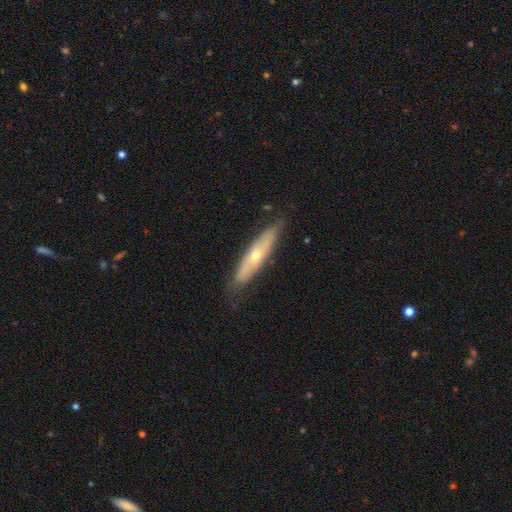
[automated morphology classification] smooth_or_featured: featured or disk (p=0.55) [alt: smooth p=0.38]
disk_edge_on: yes (p=0.64) [alt: no p=0.36]
merging: none (p=0.78) [alt: minor disturbance p=0.17]